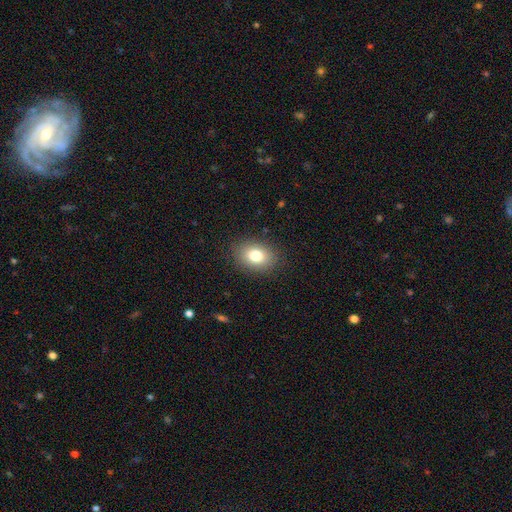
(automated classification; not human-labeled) Overall: smooth (79%). How rounded: in between (67%; round 32%). Merging: none (88%).